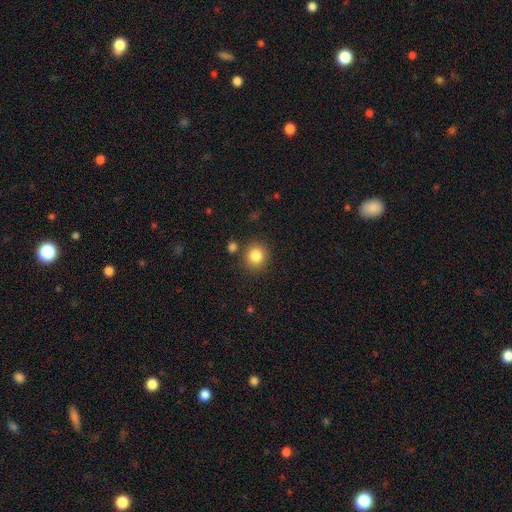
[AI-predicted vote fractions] smooth 84%, star or artifact 10%, featured or disk 6%. Down the decision tree: how rounded — round (87%); merging — none (84%).